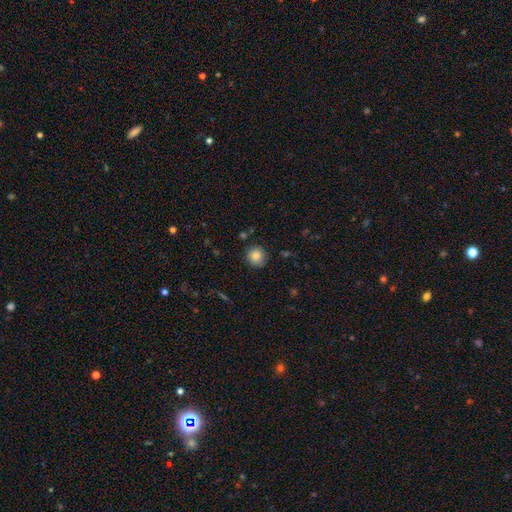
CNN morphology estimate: smooth_or_featured: smooth (p=0.82) [alt: star or artifact p=0.10]
how_rounded: round (p=0.92) [alt: in between p=0.07]
merging: none (p=0.87) [alt: minor disturbance p=0.09]